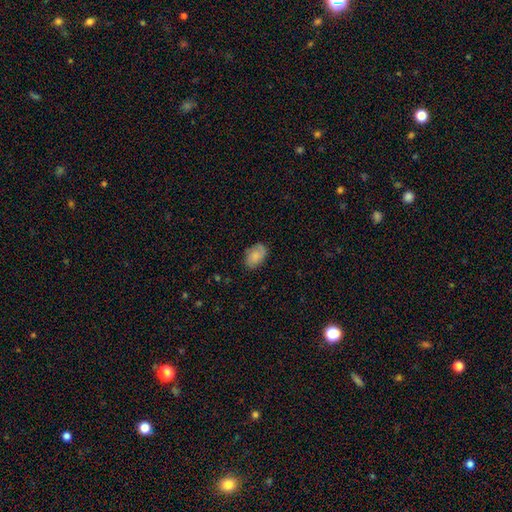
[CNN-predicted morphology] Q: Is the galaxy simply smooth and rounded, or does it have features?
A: smooth — 74%.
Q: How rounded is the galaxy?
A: in between — 88%.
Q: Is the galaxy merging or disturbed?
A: none — 77%.